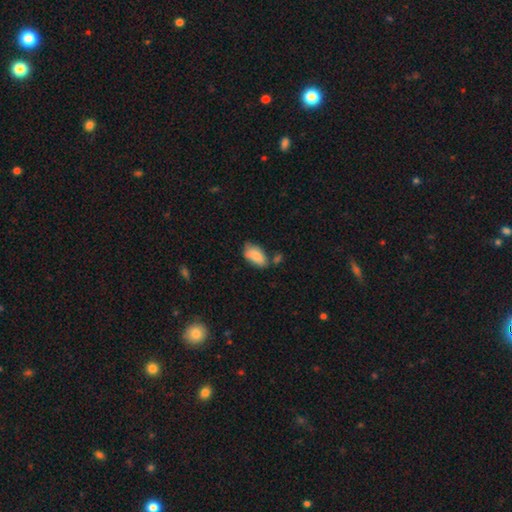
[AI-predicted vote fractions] smooth-or-featured: smooth: 84% | featured or disk: 10% | star or artifact: 7%
  how-rounded: in between: 94% | round: 4% | cigar-shaped: 3%
  merging: none: 58% | minor disturbance: 26% | merger: 10% | major disturbance: 6%